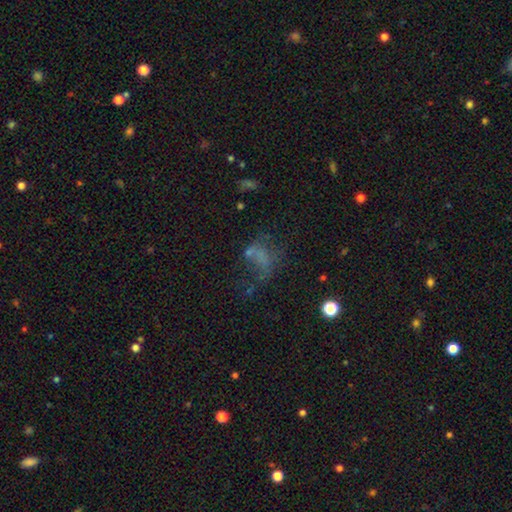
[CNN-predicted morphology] This is marginally a smooth galaxy (36%). Merging: marginally major disturbance (38%).